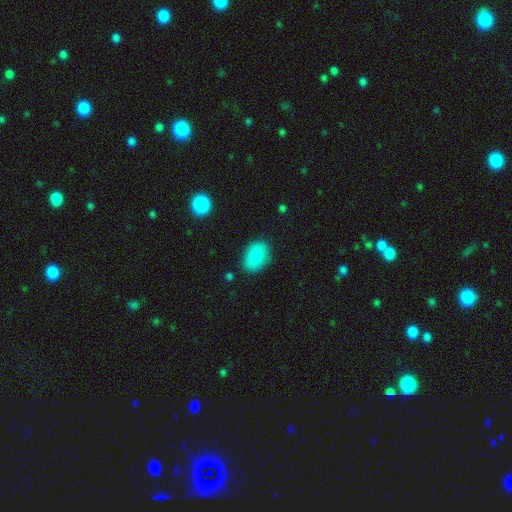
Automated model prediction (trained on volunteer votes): Smooth or featured?
  - smooth: 83% *
  - featured or disk: 10%
  - star or artifact: 7%
How rounded?
  - in between: 81% *
  - round: 18%
  - cigar-shaped: 1%
Merging?
  - none: 84% *
  - minor disturbance: 12%
  - major disturbance: 3%
  - merger: 1%